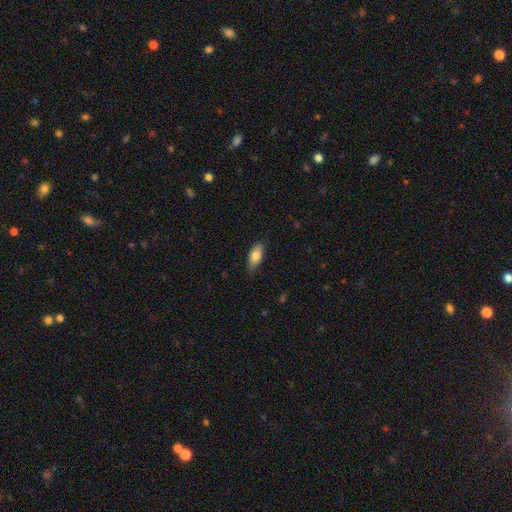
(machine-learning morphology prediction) Q: Smooth or featured?
A: smooth (78%); runner-up: featured or disk (15%)
Q: How rounded?
A: in between (84%); runner-up: cigar-shaped (13%)
Q: Merging?
A: none (80%); runner-up: minor disturbance (16%)